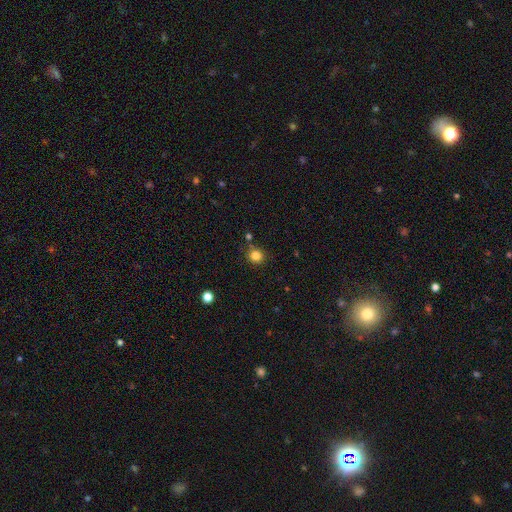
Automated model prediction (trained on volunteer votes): Smooth or featured? Predicted: smooth (p=0.83). How rounded? Predicted: round (p=0.89). Merging? Predicted: none (p=0.82).